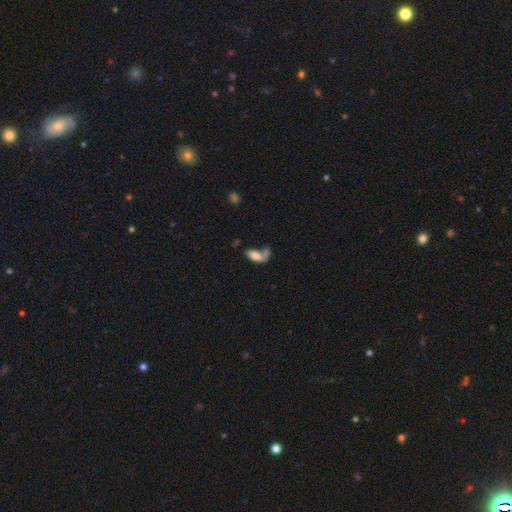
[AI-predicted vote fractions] Smooth or featured? smooth (72%)
How rounded? in between (83%)
Merging? none (34%)